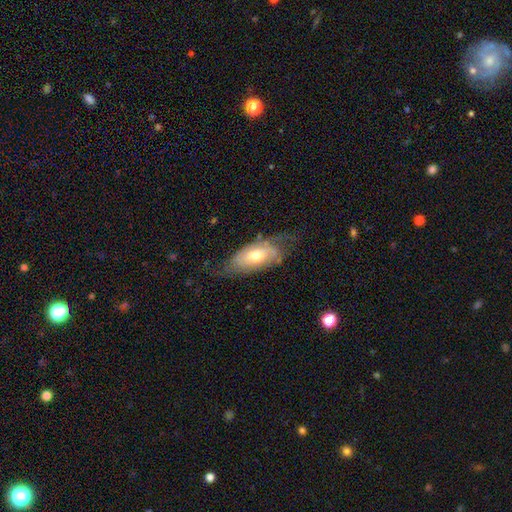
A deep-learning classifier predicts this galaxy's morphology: type=featured or disk (57%); edge-on=no (86%); merging=none (54%).